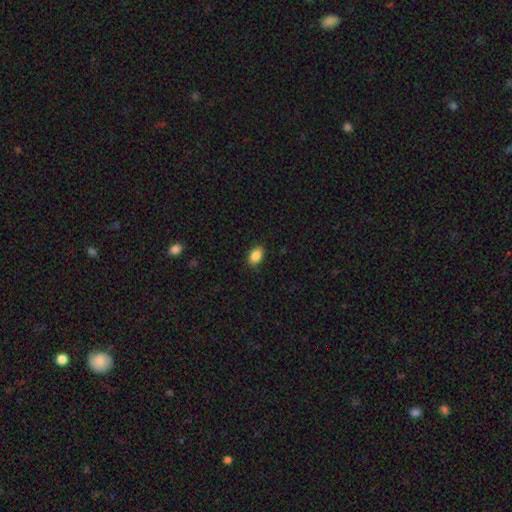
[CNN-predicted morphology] Smooth or featured? Predicted: smooth (p=0.88). How rounded? Predicted: in between (p=0.88). Merging? Predicted: none (p=0.88).